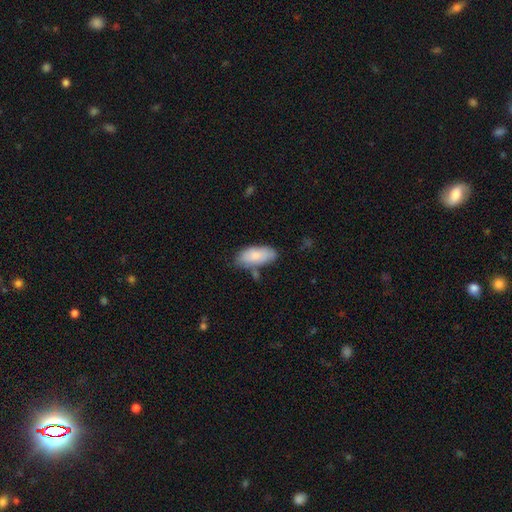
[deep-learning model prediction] Smooth or featured? smooth (83%)
How rounded? in between (90%)
Merging? none (63%)